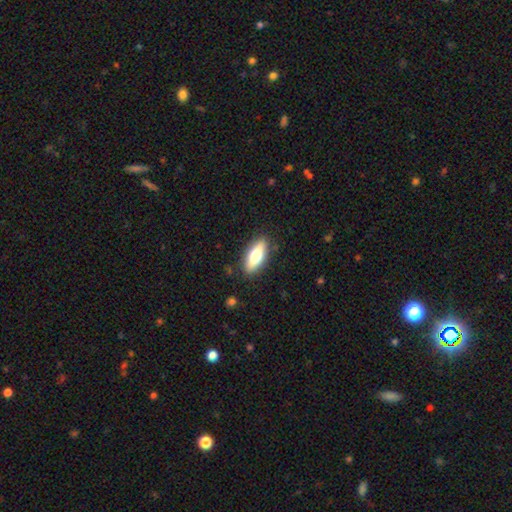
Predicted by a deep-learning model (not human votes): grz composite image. It shows a smooth galaxy with no disk features (63%) that is in between round and cigar-shaped (69%). Merging: none (87%).